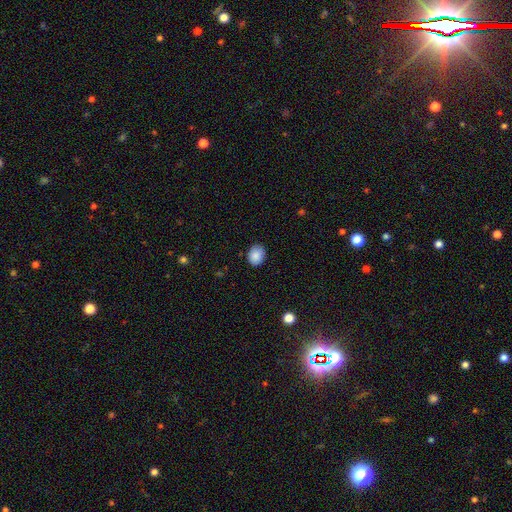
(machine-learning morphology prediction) Q: Smooth or featured?
A: smooth (88%); runner-up: star or artifact (8%)
Q: How rounded?
A: in between (52%); runner-up: round (47%)
Q: Merging?
A: none (87%); runner-up: minor disturbance (10%)